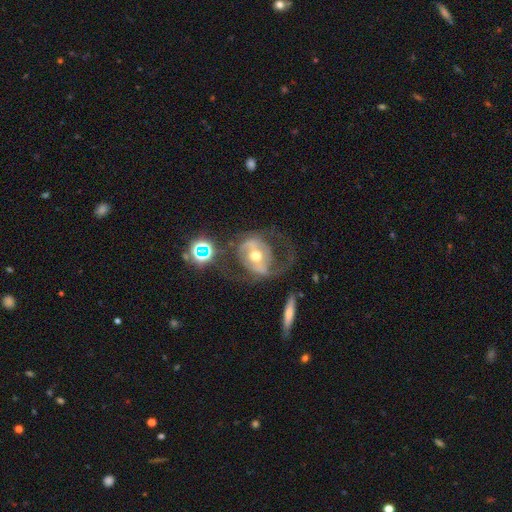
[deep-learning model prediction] This is likely a featured or disk galaxy (77%). It is clearly not viewed edge-on (95%). Bar: marginally strong (36%). Spiral arm pattern: likely yes (71%). Spiral arm count: likely 2 (70%). Spiral winding: marginally medium (43%). Central bulge: likely moderate (72%). Merging: possibly none (46%).